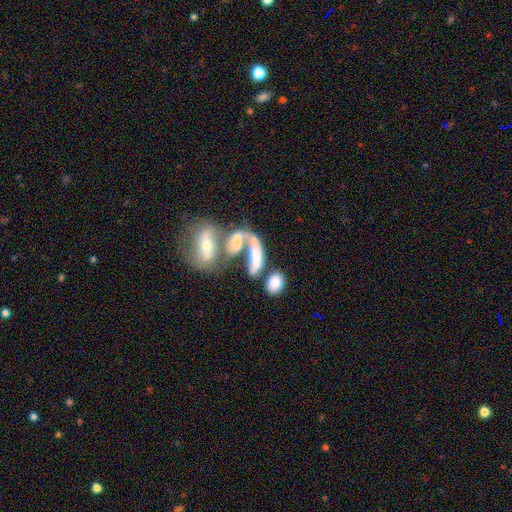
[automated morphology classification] A smooth galaxy with no disk features (48%).

Vote fractions:
- Smooth or featured? smooth: 48% / featured or disk: 41% / star or artifact: 11%
- Merging? merger: 59% / major disturbance: 17% / none: 15% / minor disturbance: 8%